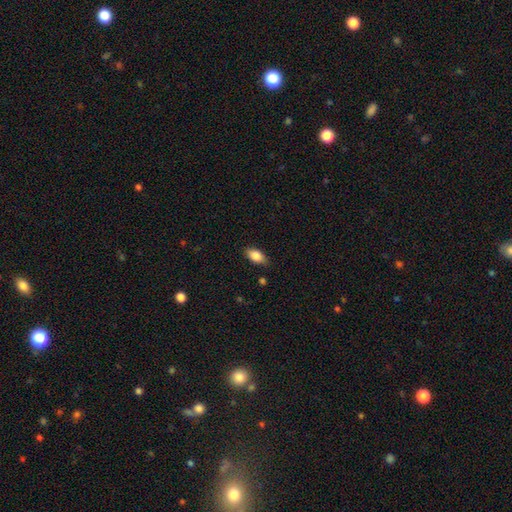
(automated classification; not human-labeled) Smooth or featured: smooth — 84% (featured or disk — 9%)
How rounded: in between — 90% (cigar-shaped — 6%)
Merging: none — 82% (minor disturbance — 14%)